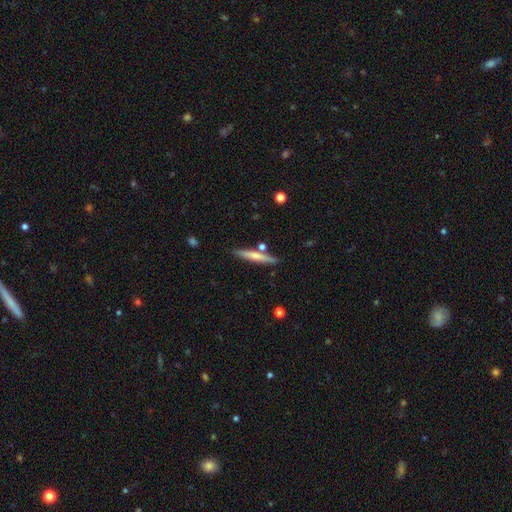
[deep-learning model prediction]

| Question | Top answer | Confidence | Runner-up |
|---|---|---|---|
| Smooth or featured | smooth | 57% | featured or disk (37%) |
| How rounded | cigar-shaped | 93% | in between (5%) |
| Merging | none | 81% | minor disturbance (10%) |